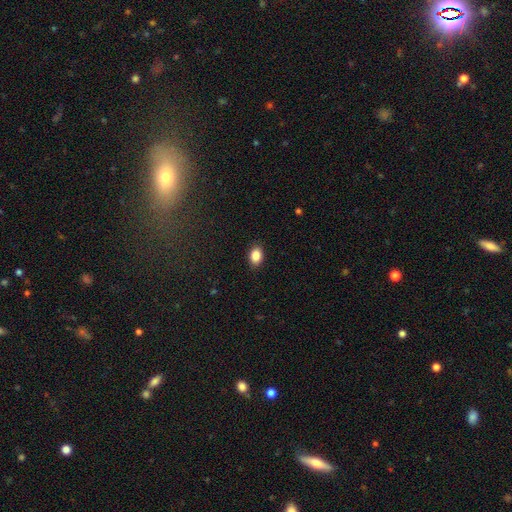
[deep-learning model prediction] A smooth galaxy with no disk features (87%) that is in between round and cigar-shaped (81%). Merging: none (89%).